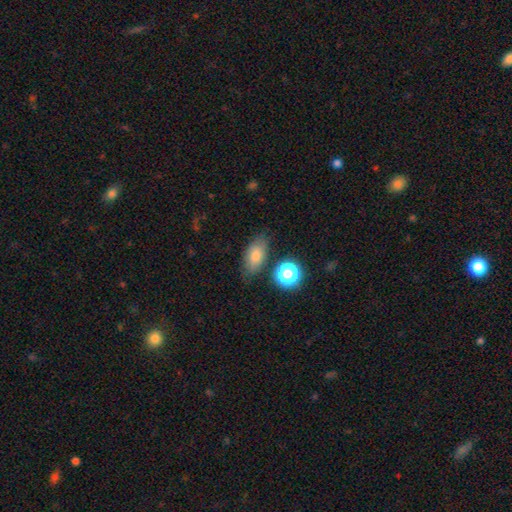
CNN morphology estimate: A smooth galaxy with no disk features (72%) that is in between round and cigar-shaped (82%).

Vote fractions:
- Smooth or featured? smooth: 72% / featured or disk: 15% / star or artifact: 13%
- How rounded? in between: 82% / round: 10% / cigar-shaped: 8%
- Merging? none: 77% / minor disturbance: 15% / merger: 4% / major disturbance: 4%